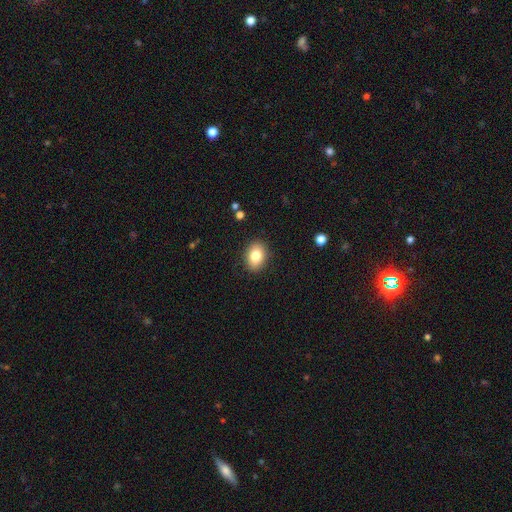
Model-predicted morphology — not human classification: This is clearly a smooth galaxy (82%). How rounded: likely in between (76%). Merging: clearly none (89%).